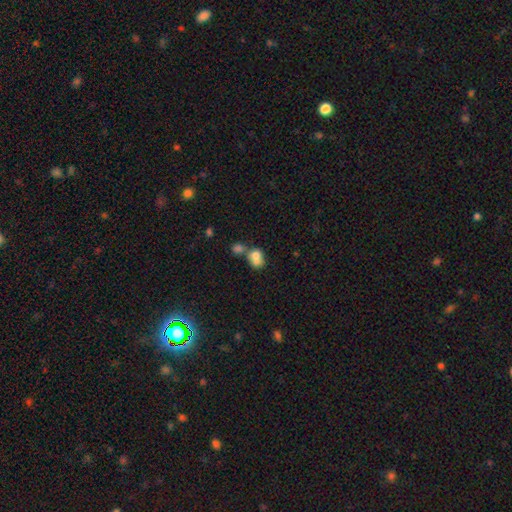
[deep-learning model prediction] A smooth galaxy with no disk features (73%) that is round (52%). Merging: merger (64%).